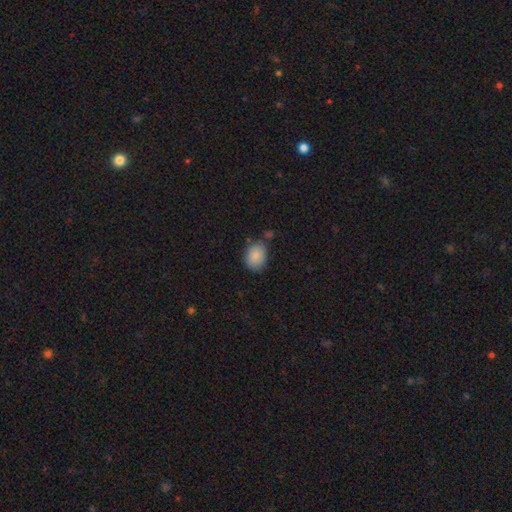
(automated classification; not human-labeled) A smooth galaxy with no disk features (87%) that is in between round and cigar-shaped (63%). Merging: none (73%).